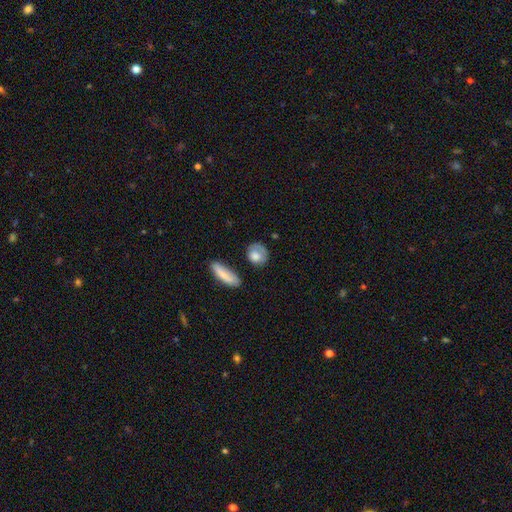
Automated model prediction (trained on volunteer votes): Smooth or featured? Predicted: smooth (p=0.73). How rounded? Predicted: round (p=0.63). Merging? Predicted: none (p=0.57).